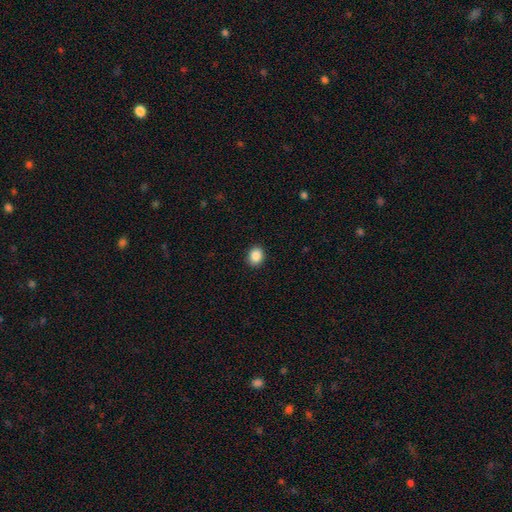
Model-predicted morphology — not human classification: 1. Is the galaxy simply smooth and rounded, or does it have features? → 88% smooth, 9% star or artifact, 3% featured or disk.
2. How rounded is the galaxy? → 60% round, 39% in between, 1% cigar-shaped.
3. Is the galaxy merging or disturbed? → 91% none, 6% minor disturbance, 2% major disturbance, 1% merger.